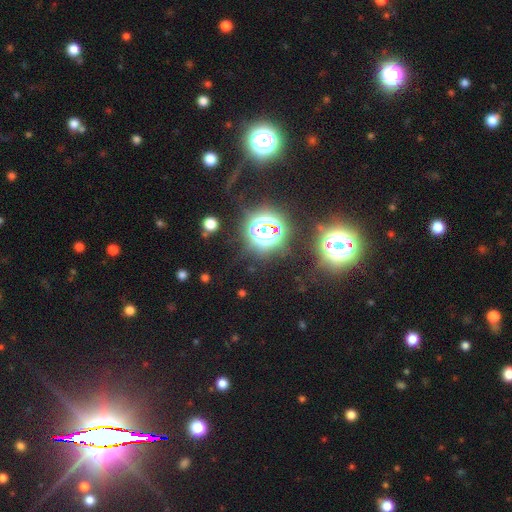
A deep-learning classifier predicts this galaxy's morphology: smooth_or_featured: star or artifact (p=0.81) [alt: smooth p=0.12]